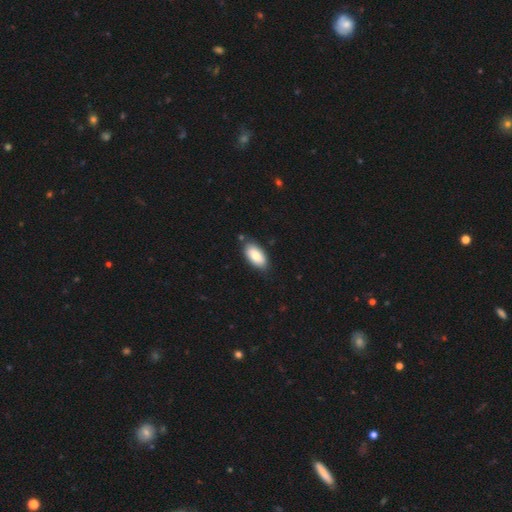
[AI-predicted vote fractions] Q: Smooth or featured?
A: smooth (81%); runner-up: featured or disk (13%)
Q: How rounded?
A: in between (94%); runner-up: cigar-shaped (4%)
Q: Merging?
A: none (80%); runner-up: minor disturbance (15%)